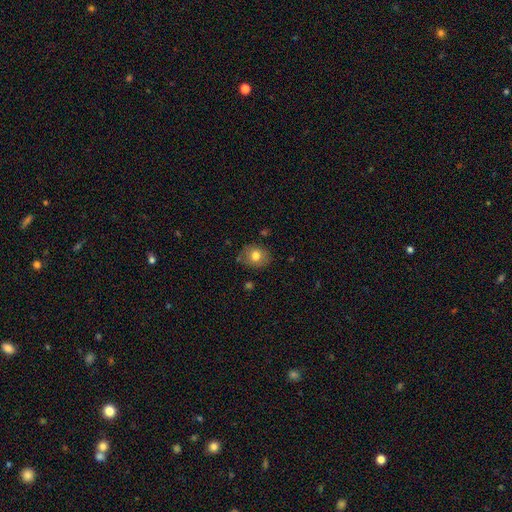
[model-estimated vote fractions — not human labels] smooth_or_featured: smooth (p=0.75) [alt: featured or disk p=0.16]
how_rounded: round (p=0.56) [alt: in between p=0.43]
merging: none (p=0.79) [alt: minor disturbance p=0.15]